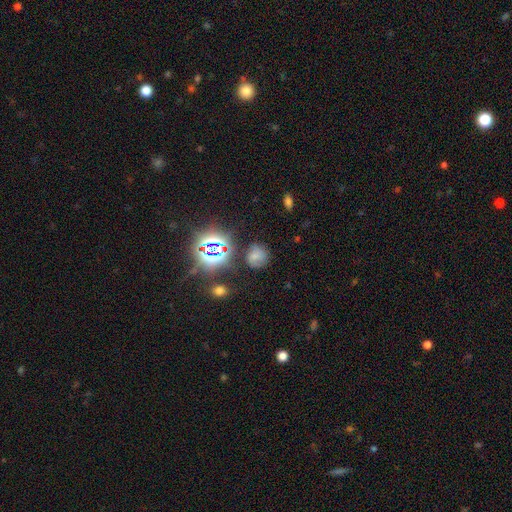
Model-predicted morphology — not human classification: smooth_or_featured: smooth (p=0.57) [alt: star or artifact p=0.27]
how_rounded: round (p=0.76) [alt: in between p=0.22]
merging: none (p=0.71) [alt: minor disturbance p=0.18]